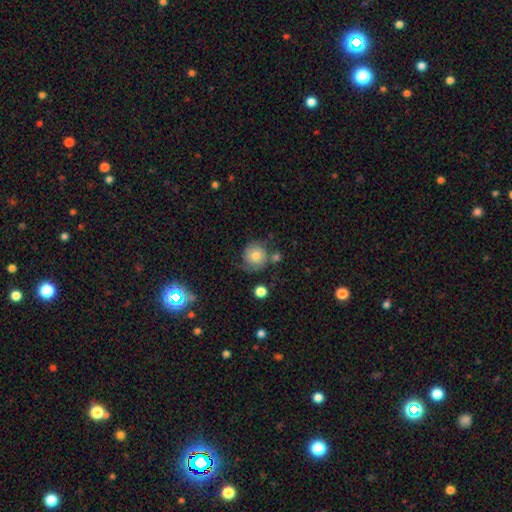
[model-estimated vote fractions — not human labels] Smooth or featured?
  - smooth: 67% *
  - featured or disk: 24%
  - star or artifact: 9%
How rounded?
  - round: 90% *
  - in between: 9%
  - cigar-shaped: 1%
Merging?
  - none: 61% *
  - minor disturbance: 21%
  - merger: 9%
  - major disturbance: 9%